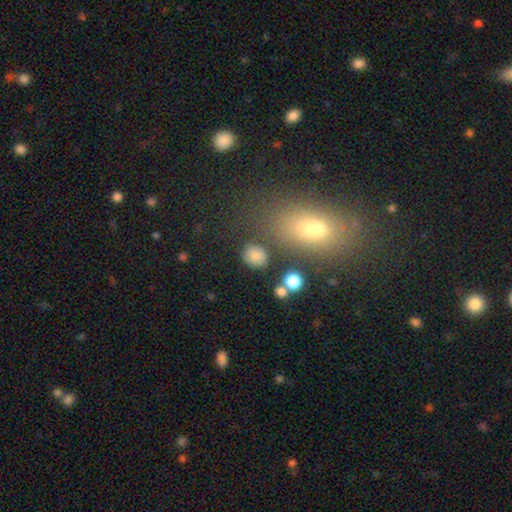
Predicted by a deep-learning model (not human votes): A smooth galaxy with no disk features (81%) that is round (62%). Merging: none (76%).